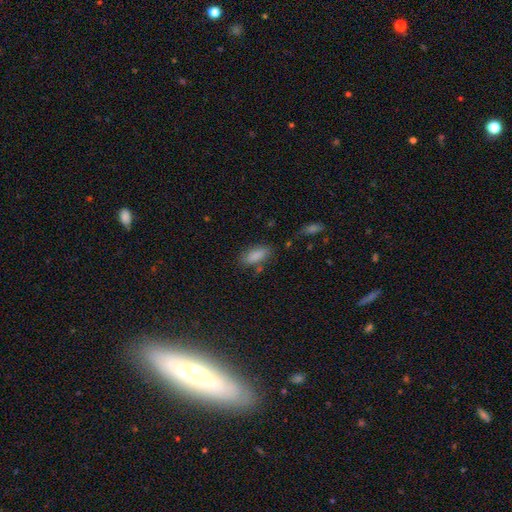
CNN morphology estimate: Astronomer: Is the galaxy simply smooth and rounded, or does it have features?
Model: smooth — 86%.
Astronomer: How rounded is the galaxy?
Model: in between — 83%.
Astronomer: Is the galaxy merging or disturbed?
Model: none — 75%.